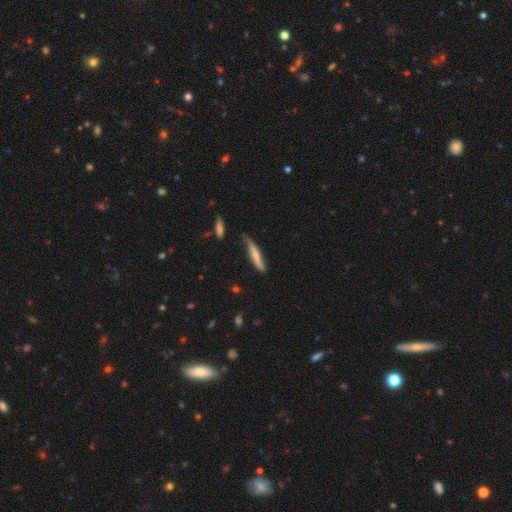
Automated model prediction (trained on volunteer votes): Smooth or featured? smooth (59%)
How rounded? cigar-shaped (88%)
Merging? none (56%)